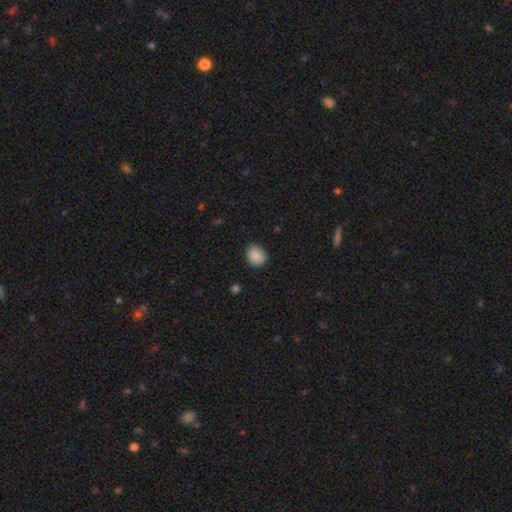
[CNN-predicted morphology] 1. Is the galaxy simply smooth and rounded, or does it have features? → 88% smooth, 9% star or artifact, 3% featured or disk.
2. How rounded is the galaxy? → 58% round, 41% in between, 1% cigar-shaped.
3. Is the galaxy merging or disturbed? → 77% none, 19% minor disturbance, 3% major disturbance, 1% merger.